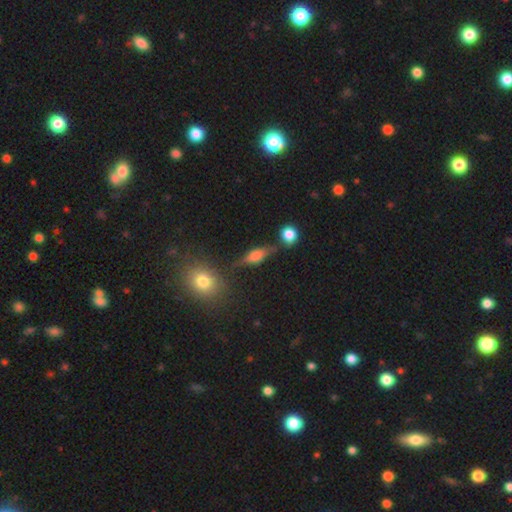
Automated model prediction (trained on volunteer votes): This is possibly a featured or disk galaxy (53%). It is clearly viewed edge-on (86%). Merging: likely none (68%).